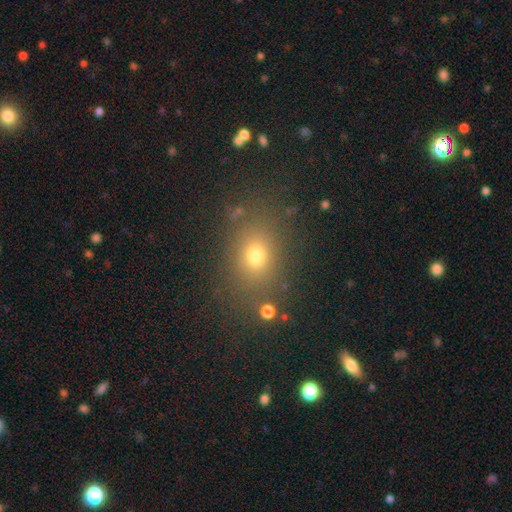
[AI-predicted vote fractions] This appears to be a smooth galaxy with no disk features (67%) that is in between round and cigar-shaped (54%). Merging: none (83%).